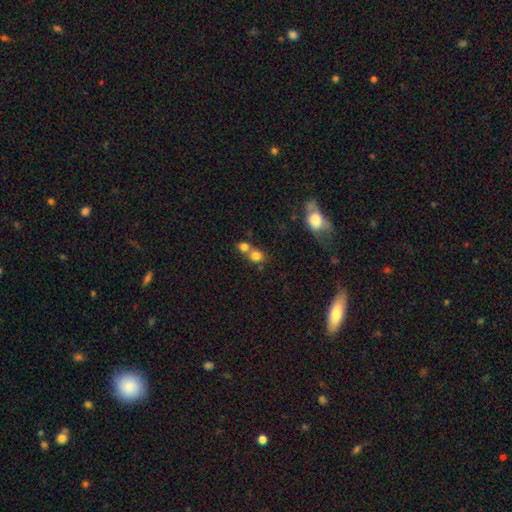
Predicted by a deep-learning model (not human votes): Morphology: type=smooth (78%); roundness=round (74%); merging=merger (54%).